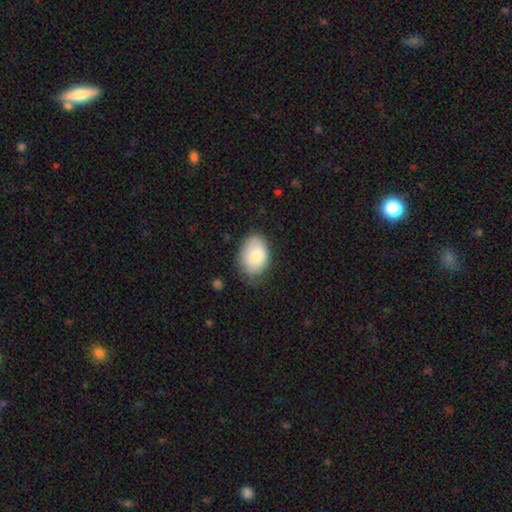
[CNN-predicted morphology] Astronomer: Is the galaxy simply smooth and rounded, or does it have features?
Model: smooth — 83%.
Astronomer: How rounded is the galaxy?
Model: in between — 84%.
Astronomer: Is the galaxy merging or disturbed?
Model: none — 73%.